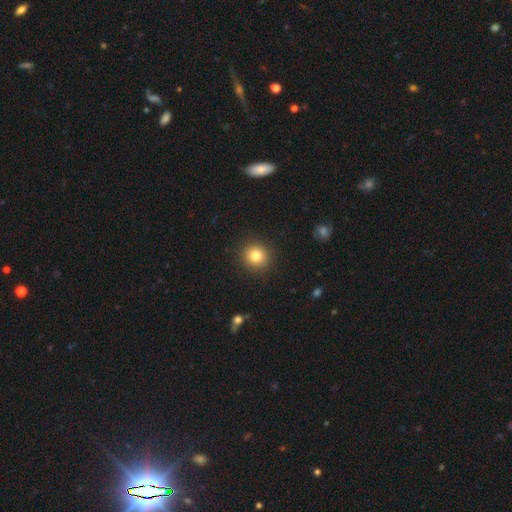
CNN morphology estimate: Smooth or featured? smooth (82%)
How rounded? round (88%)
Merging? none (91%)